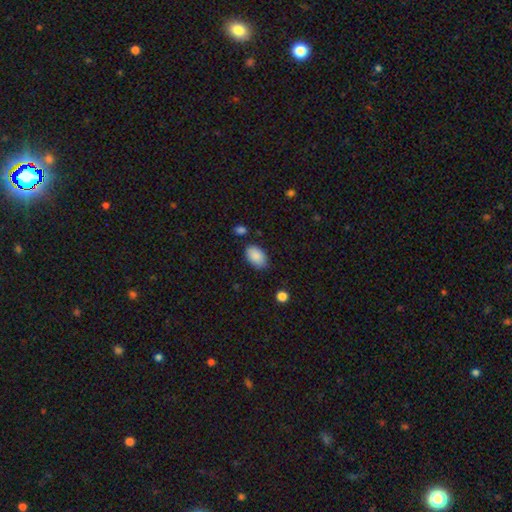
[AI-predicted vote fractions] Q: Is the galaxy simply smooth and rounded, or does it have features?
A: smooth — 89%.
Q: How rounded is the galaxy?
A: in between — 92%.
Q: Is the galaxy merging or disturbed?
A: none — 78%.